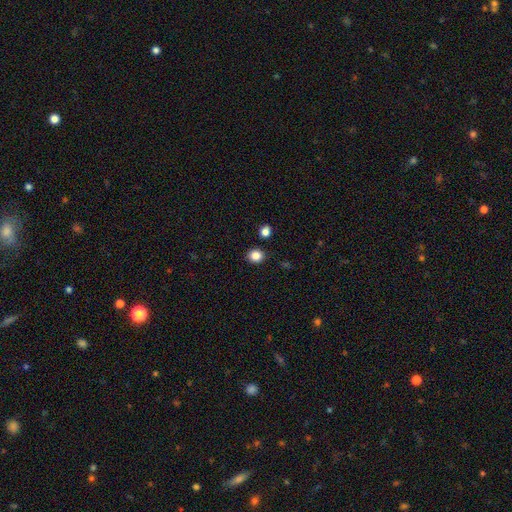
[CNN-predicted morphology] Smooth or featured? smooth (85%)
How rounded? round (80%)
Merging? none (88%)